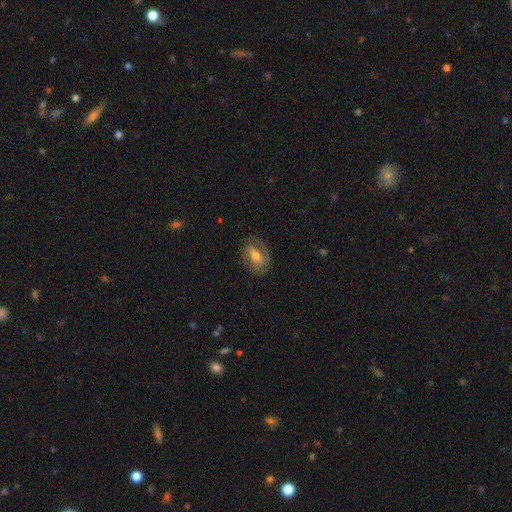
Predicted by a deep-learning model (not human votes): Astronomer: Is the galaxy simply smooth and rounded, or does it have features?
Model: featured or disk — 52% (runner-up: smooth, 41%).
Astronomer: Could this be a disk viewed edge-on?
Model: no — 93%.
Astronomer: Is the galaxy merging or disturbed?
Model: none — 74%.